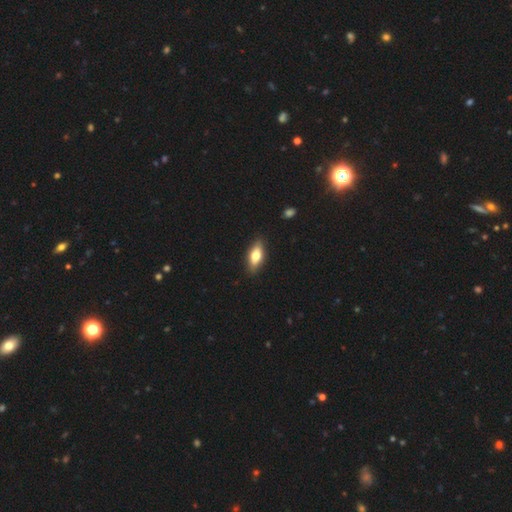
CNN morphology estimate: This appears to be a smooth galaxy with no disk features (67%) that is in between round and cigar-shaped (73%). Merging: none (88%).